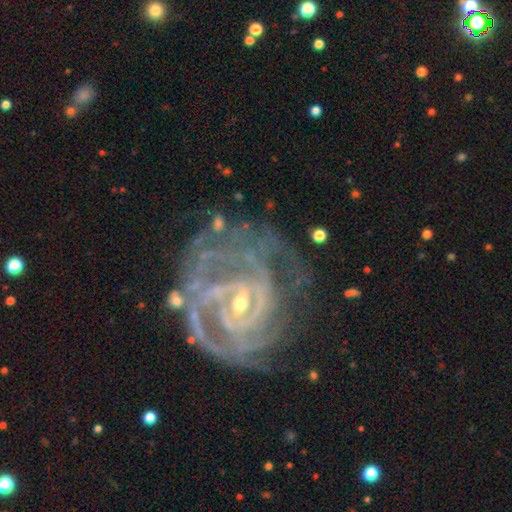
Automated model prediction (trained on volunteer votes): A featured or disk galaxy (88%) with a weak bar (46%), tight (71%) spiral arms (95%) and a small central bulge (70%). Merging: none (59%).